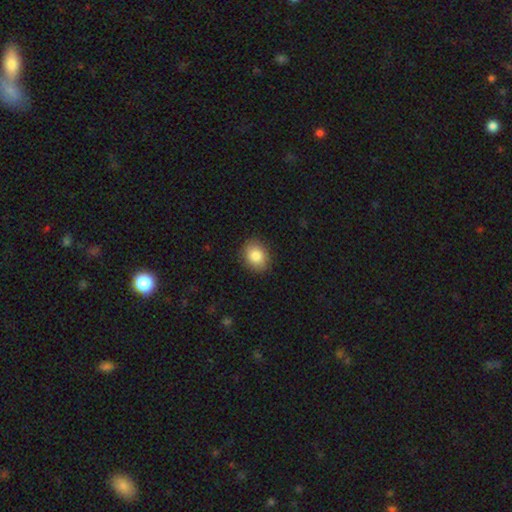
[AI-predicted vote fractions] A smooth galaxy with no disk features (85%) that is round (53%).

Vote fractions:
- Smooth or featured? smooth: 85% / star or artifact: 8% / featured or disk: 7%
- How rounded? round: 53% / in between: 46% / cigar-shaped: 1%
- Merging? none: 88% / minor disturbance: 9% / major disturbance: 2% / merger: 1%